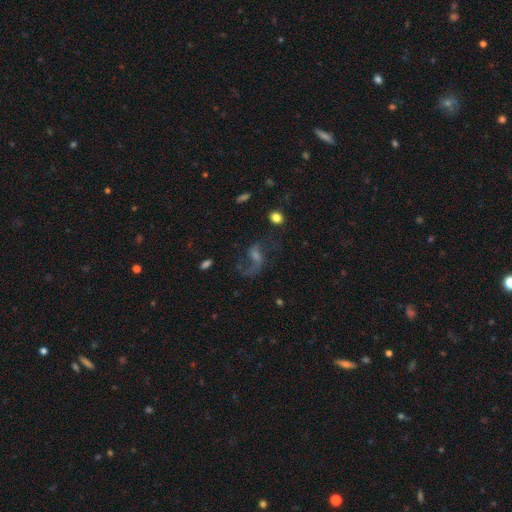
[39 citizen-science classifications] Smooth or featured? featured or disk (72%)
Edge-on disk? no (96%)
Bar? no (52%)
Spiral arms? yes (93%)
Spiral winding? loose (88%)
Spiral arm count? 2 (76%)
Bulge size? small (59%)
Merging? none (53%)